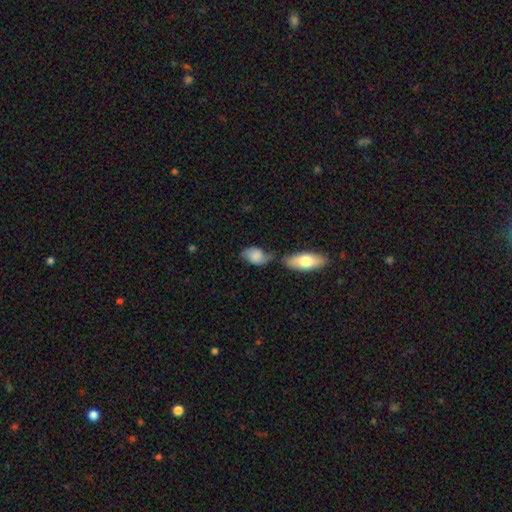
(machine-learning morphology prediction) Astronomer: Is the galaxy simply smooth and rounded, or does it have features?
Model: smooth — 55% (runner-up: featured or disk, 38%).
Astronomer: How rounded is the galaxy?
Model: in between — 85%.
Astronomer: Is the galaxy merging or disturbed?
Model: none — 41% (runner-up: merger, 27%).